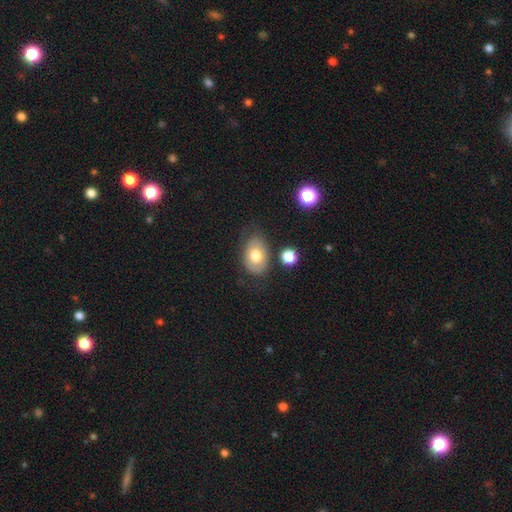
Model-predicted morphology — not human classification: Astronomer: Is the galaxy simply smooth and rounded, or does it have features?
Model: smooth — 66%.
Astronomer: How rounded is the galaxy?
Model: in between — 82%.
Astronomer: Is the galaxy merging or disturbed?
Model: none — 67%.